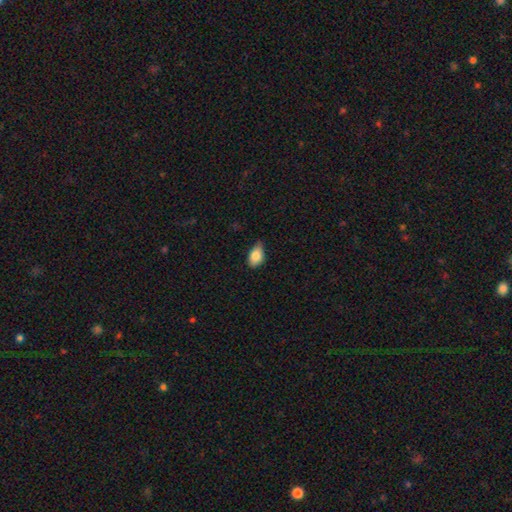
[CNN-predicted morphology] Smooth or featured?
  - smooth: 83% *
  - featured or disk: 9%
  - star or artifact: 8%
How rounded?
  - in between: 86% *
  - round: 12%
  - cigar-shaped: 2%
Merging?
  - none: 56% *
  - minor disturbance: 37%
  - major disturbance: 6%
  - merger: 2%